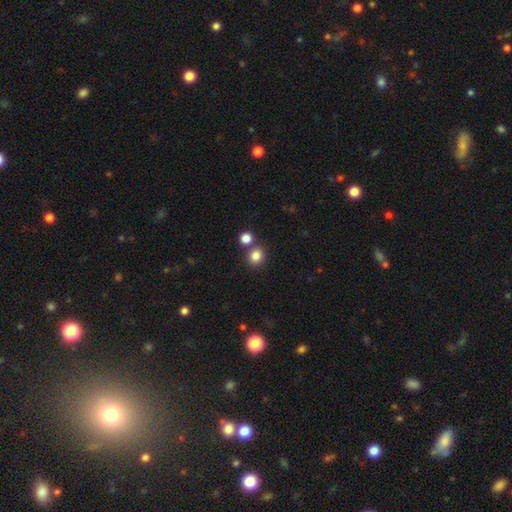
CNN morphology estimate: Overall: smooth (84%). How rounded: round (79%). Merging: none (72%).